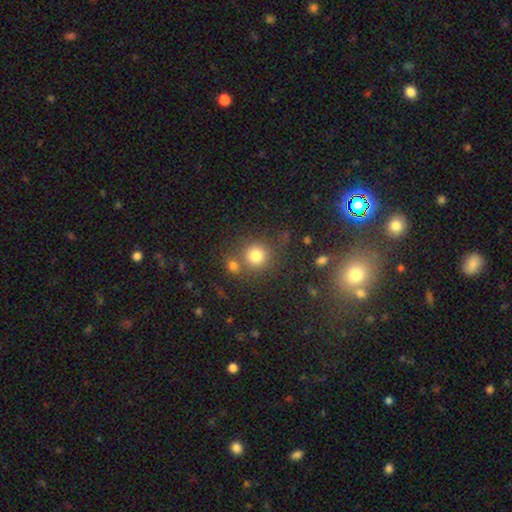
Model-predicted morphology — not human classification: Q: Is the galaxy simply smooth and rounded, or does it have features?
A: smooth — 79%.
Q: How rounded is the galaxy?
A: round — 90%.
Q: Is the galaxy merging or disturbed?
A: none — 64%.